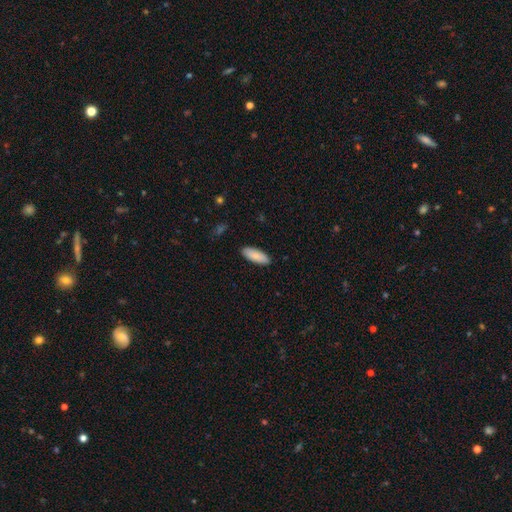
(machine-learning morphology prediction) type=smooth (86%); roundness=in between (77%); merging=none (89%).